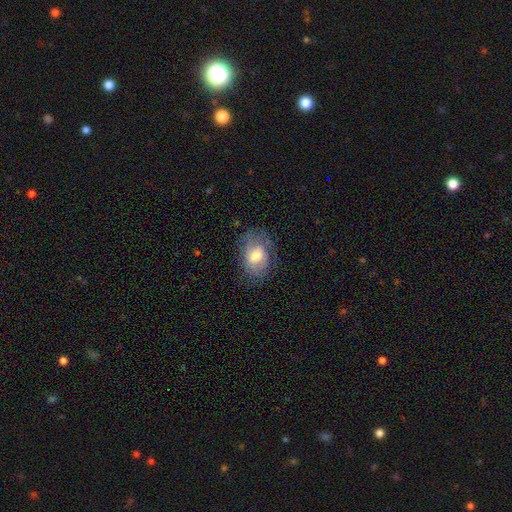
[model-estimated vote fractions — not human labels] smooth_or_featured: smooth (p=0.63) [alt: featured or disk p=0.29]
how_rounded: in between (p=0.78) [alt: round p=0.21]
merging: none (p=0.64) [alt: minor disturbance p=0.23]